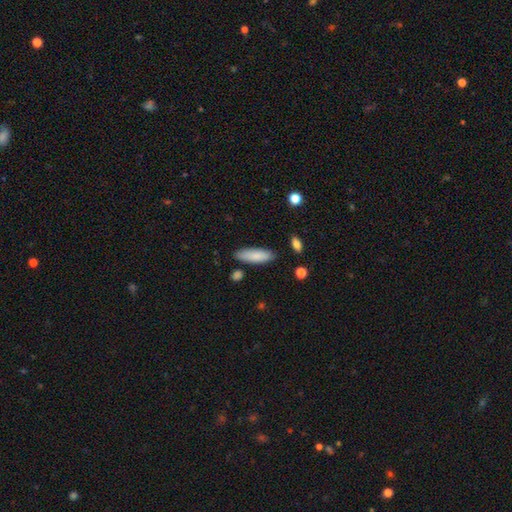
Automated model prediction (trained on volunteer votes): A smooth galaxy with no disk features (85%) that is cigar-shaped (50%).

Vote fractions:
- Smooth or featured? smooth: 85% / featured or disk: 9% / star or artifact: 6%
- How rounded? cigar-shaped: 50% / in between: 48% / round: 2%
- Merging? none: 84% / minor disturbance: 11% / merger: 3% / major disturbance: 2%